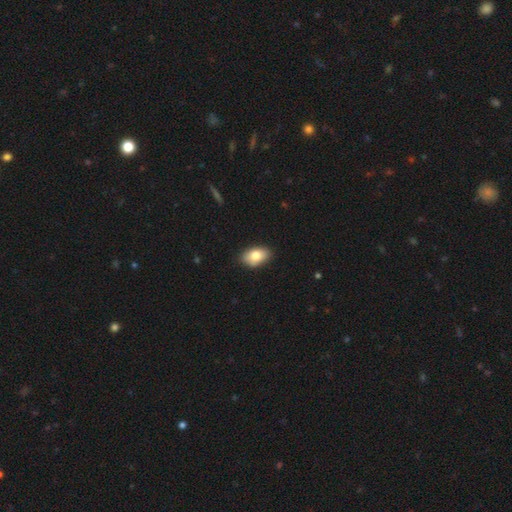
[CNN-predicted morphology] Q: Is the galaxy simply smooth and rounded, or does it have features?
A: smooth — 80%.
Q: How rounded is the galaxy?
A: in between — 91%.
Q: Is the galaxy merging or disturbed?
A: none — 86%.